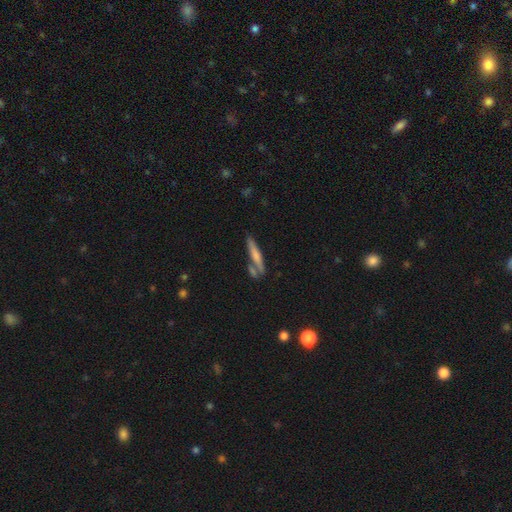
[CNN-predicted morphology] Overall: smooth (61%; featured or disk 32%). How rounded: cigar-shaped (88%). Merging: none (61%; merger 22%).